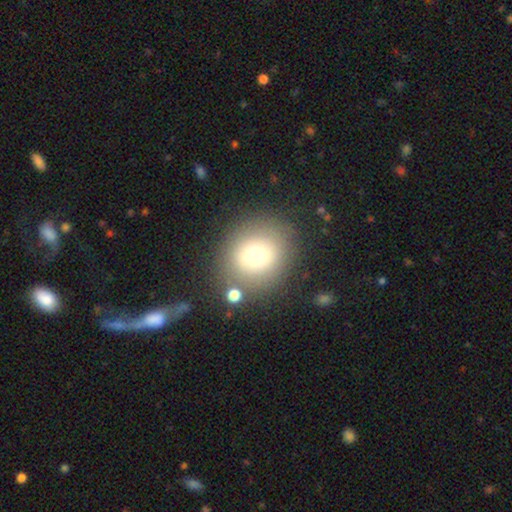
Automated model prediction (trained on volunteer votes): smooth_or_featured: smooth (p=0.70) [alt: featured or disk p=0.16]
how_rounded: round (p=0.80) [alt: in between p=0.19]
merging: none (p=0.78) [alt: minor disturbance p=0.11]